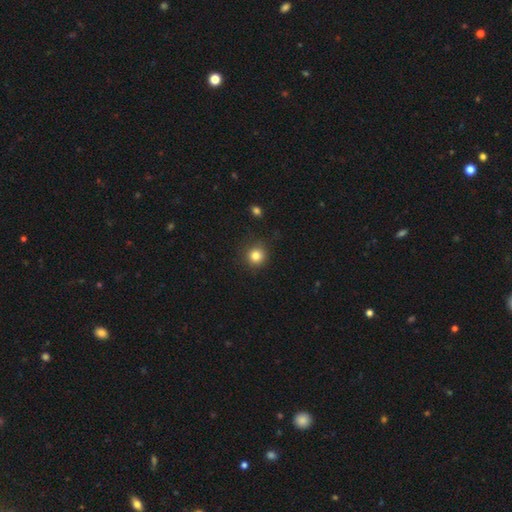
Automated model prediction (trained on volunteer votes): The model was most divided on "smooth or featured": smooth: 83%, star or artifact: 11%, featured or disk: 6%. More confident: how rounded — round (91%); merging — none (85%).